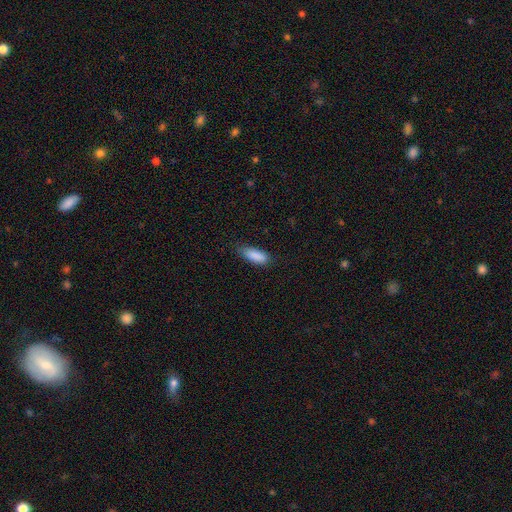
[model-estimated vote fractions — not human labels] This is clearly a smooth galaxy (89%). How rounded: likely in between (73%). Merging: likely none (76%).